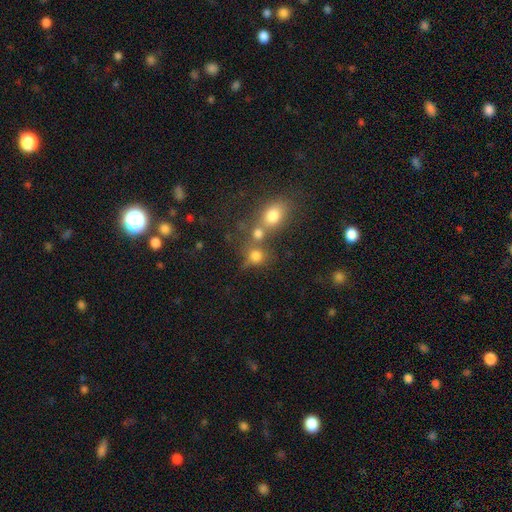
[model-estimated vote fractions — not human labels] This is likely a smooth galaxy (75%). How rounded: likely round (80%). Merging: possibly none (48%).